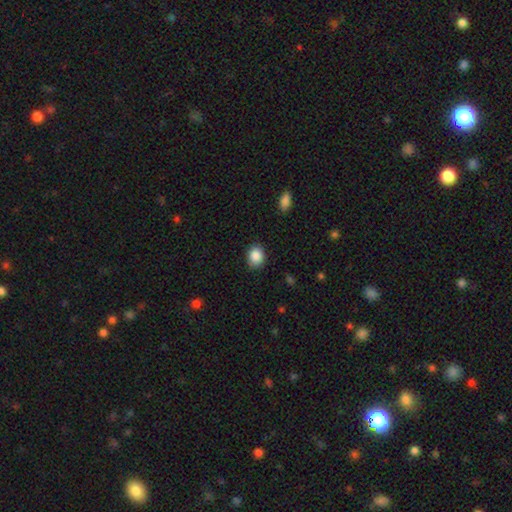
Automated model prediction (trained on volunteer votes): Smooth or featured? smooth (88%)
How rounded? round (60%)
Merging? none (85%)